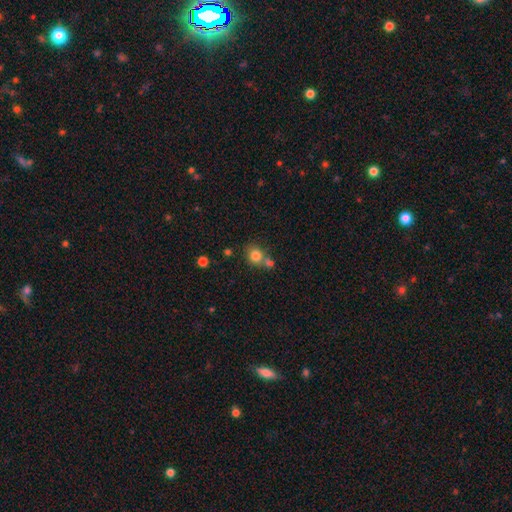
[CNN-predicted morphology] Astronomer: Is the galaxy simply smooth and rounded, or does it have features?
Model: smooth — 81%.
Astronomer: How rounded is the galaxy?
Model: round — 75%.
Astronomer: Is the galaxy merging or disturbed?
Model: none — 54% (runner-up: merger, 30%).